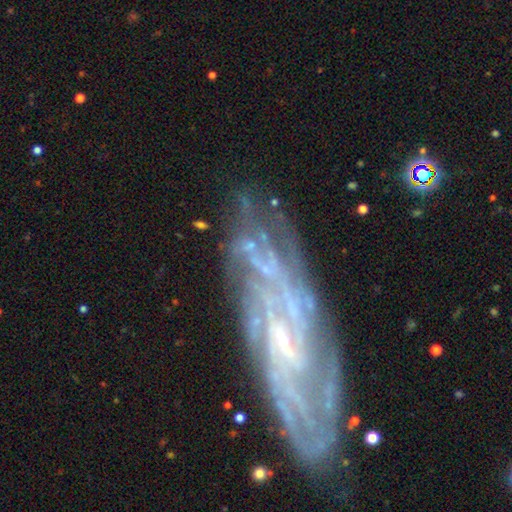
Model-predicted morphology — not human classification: smooth-or-featured: featured or disk: 80% | star or artifact: 11% | smooth: 9%
  disk-edge-on: no: 92% | yes: 8%
    bar: weak: 40% | no: 37% | strong: 22%
    has-spiral-arms: yes: 84% | no: 16%
      spiral-winding: tight: 48% | medium: 36% | loose: 16%
      spiral-arm-count: can't tell: 43% | 2: 19% | 3: 13% | 4: 11% | more than 4: 8% | 1: 7%
    bulge-size: small: 63% | none: 18% | moderate: 16% | large: 2% | dominant: 1%
  merging: none: 59% | minor disturbance: 19% | major disturbance: 17% | merger: 5%